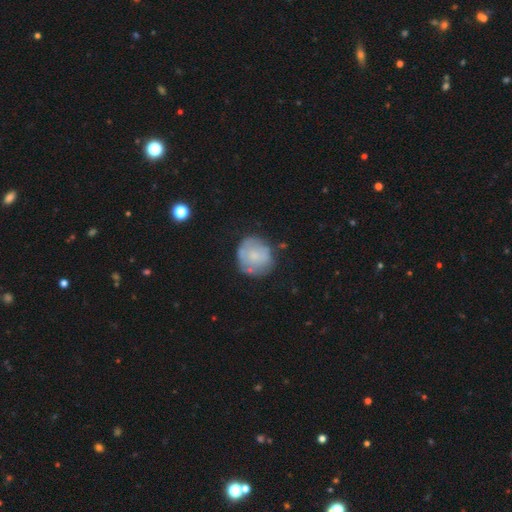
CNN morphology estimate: smooth 59%, featured or disk 34%, star or artifact 7%. Down the decision tree: how rounded — round (85%); merging — none (64%).